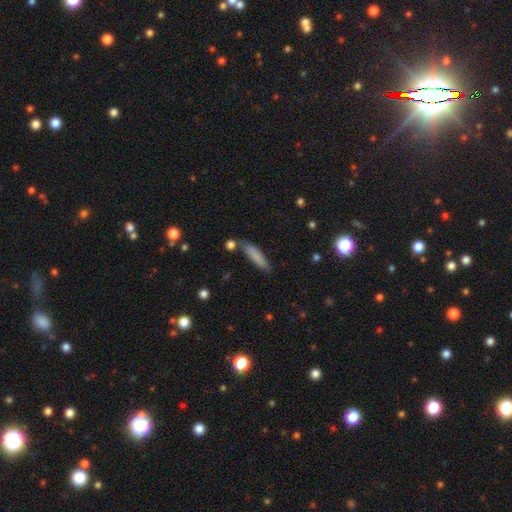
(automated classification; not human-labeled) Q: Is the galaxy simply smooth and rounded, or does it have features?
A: smooth — 78%.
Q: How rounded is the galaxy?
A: cigar-shaped — 77%.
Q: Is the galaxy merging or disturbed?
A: none — 71%.